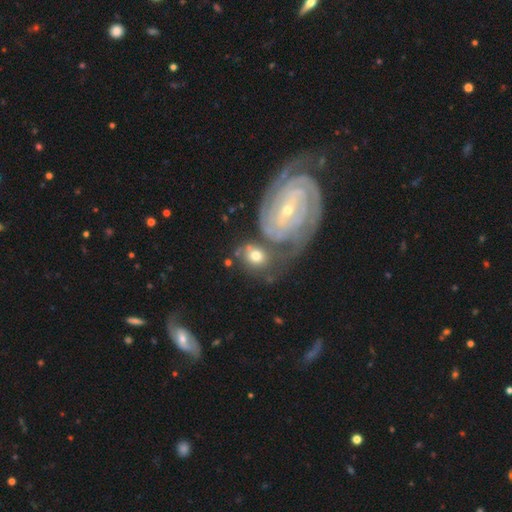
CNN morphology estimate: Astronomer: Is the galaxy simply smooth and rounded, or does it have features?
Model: smooth — 50% (runner-up: featured or disk, 43%).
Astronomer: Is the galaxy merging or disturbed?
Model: none — 44% (runner-up: merger, 31%).